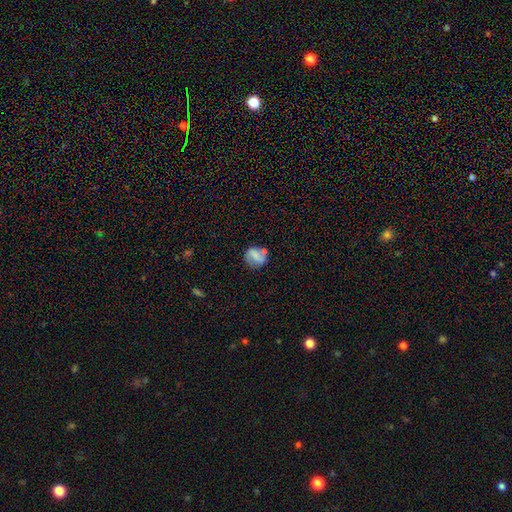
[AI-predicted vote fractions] smooth_or_featured: smooth (p=0.47) [alt: featured or disk p=0.44]
merging: none (p=0.61) [alt: minor disturbance p=0.20]